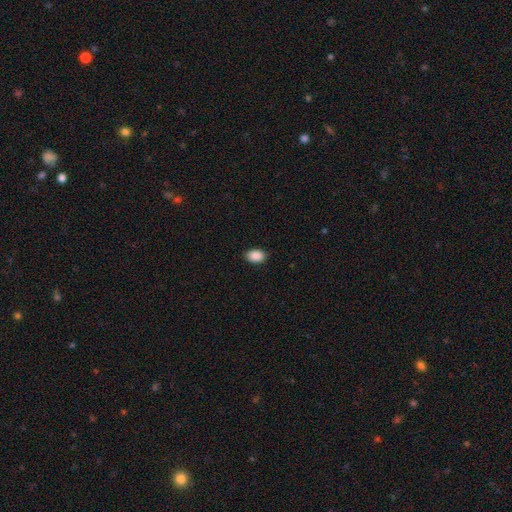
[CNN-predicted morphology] smooth-or-featured: smooth: 90% | star or artifact: 8% | featured or disk: 3%
  how-rounded: in between: 85% | round: 14% | cigar-shaped: 1%
  merging: none: 89% | minor disturbance: 8% | major disturbance: 2% | merger: 1%